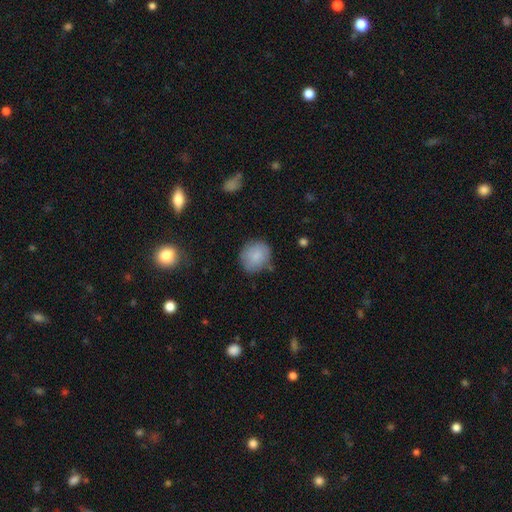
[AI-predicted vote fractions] This appears to be a smooth galaxy with no disk features (84%) that is round (76%). Merging: none (72%).